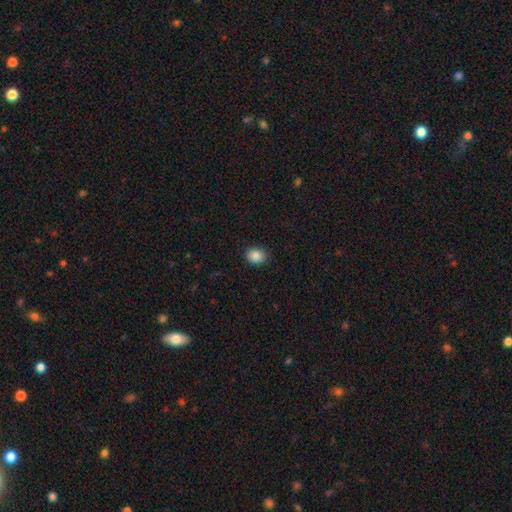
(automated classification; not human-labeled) Smooth or featured: smooth — 88% (star or artifact — 9%)
How rounded: round — 54% (in between — 45%)
Merging: none — 89% (minor disturbance — 8%)